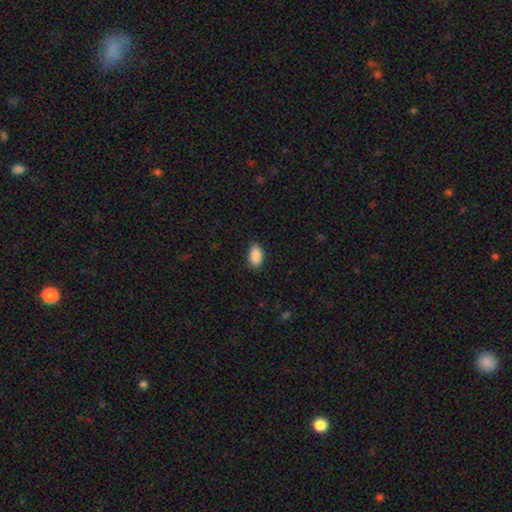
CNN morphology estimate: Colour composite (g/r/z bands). It shows a smooth galaxy with no disk features (90%) that is in between round and cigar-shaped (93%). Merging: none (85%).